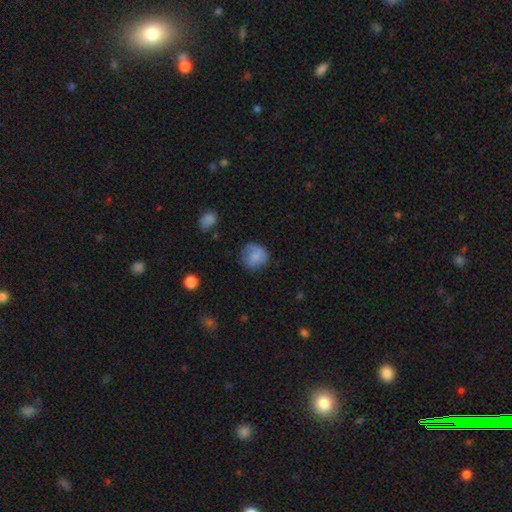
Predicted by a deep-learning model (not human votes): The model was most divided on "merging": none: 65%, minor disturbance: 25%, major disturbance: 9%, merger: 2%. More confident: how rounded — round (85%); smooth or featured — smooth (76%).